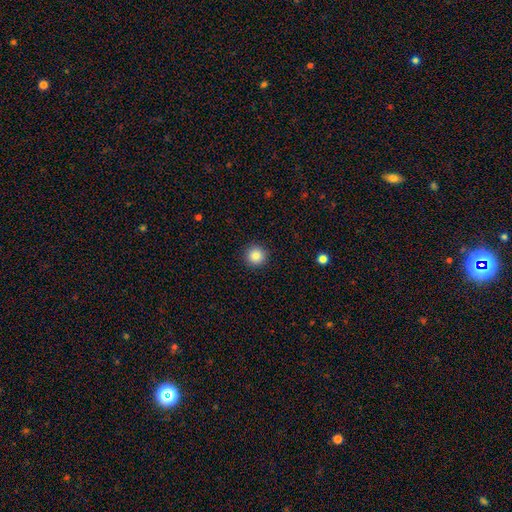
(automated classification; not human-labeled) The model was most divided on "smooth or featured": smooth: 86%, star or artifact: 10%, featured or disk: 4%. More confident: how rounded — round (95%); merging — none (92%).